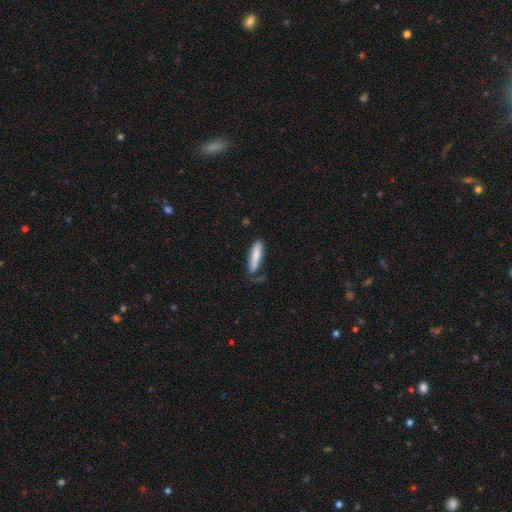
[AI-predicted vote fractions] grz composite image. It shows a smooth galaxy with no disk features (80%) that is cigar-shaped (71%). Merging: none (68%).